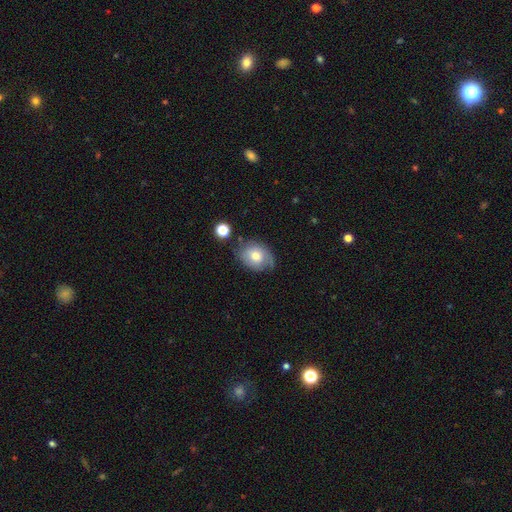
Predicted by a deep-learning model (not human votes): The model was most divided on "how rounded": in between: 56%, round: 43%, cigar-shaped: 1%. More confident: merging — none (61%); smooth or featured — smooth (57%).